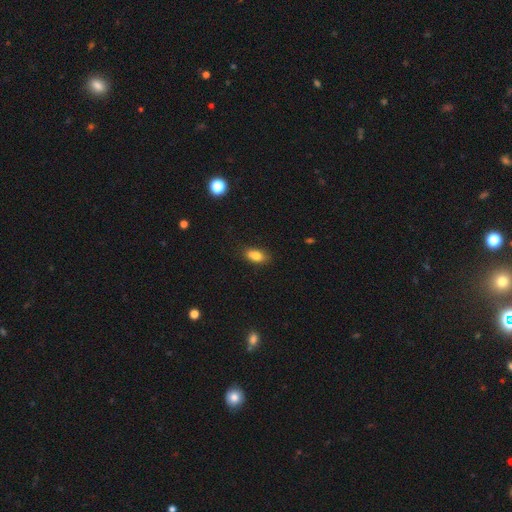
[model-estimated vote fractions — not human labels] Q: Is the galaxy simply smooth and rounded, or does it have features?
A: smooth — 82%.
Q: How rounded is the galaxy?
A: in between — 87%.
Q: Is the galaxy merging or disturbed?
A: none — 81%.